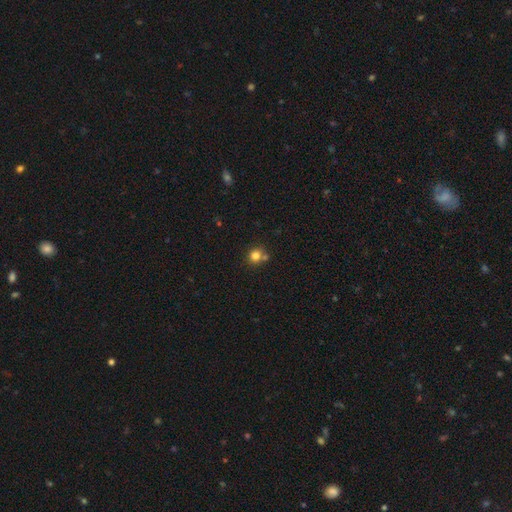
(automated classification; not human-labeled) Morphology: type=smooth (80%); roundness=round (84%); merging=none (62%).